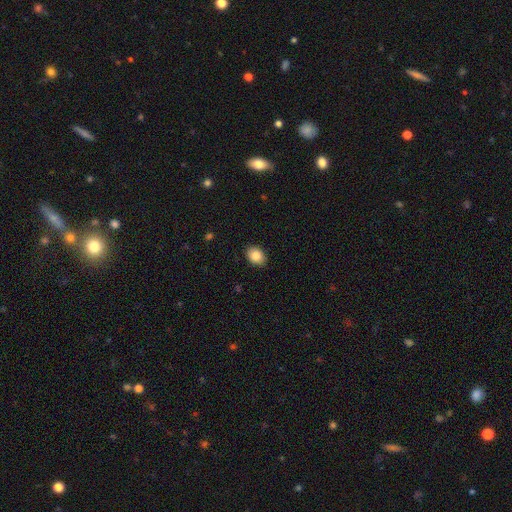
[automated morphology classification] A smooth galaxy with no disk features (86%) that is in between round and cigar-shaped (72%).

Vote fractions:
- Smooth or featured? smooth: 86% / star or artifact: 8% / featured or disk: 6%
- How rounded? in between: 72% / round: 27% / cigar-shaped: 1%
- Merging? none: 89% / minor disturbance: 8% / major disturbance: 2% / merger: 1%